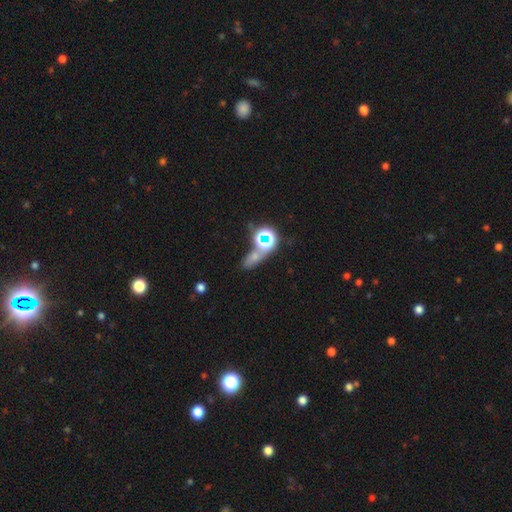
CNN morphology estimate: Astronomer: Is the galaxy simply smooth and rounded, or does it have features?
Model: star or artifact — 45% (runner-up: smooth, 42%).